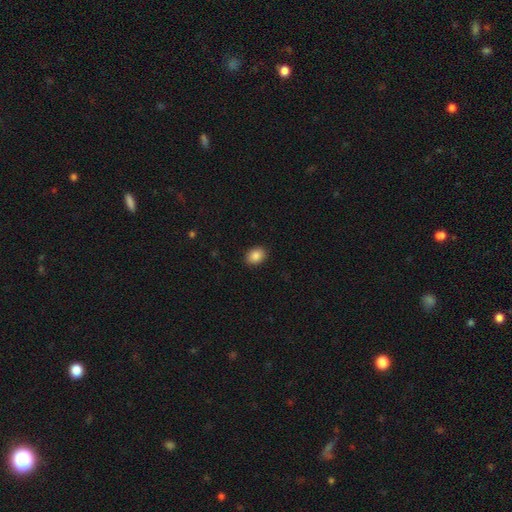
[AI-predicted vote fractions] Smooth or featured: smooth — 87% (star or artifact — 8%)
How rounded: in between — 69% (round — 30%)
Merging: none — 91% (minor disturbance — 7%)